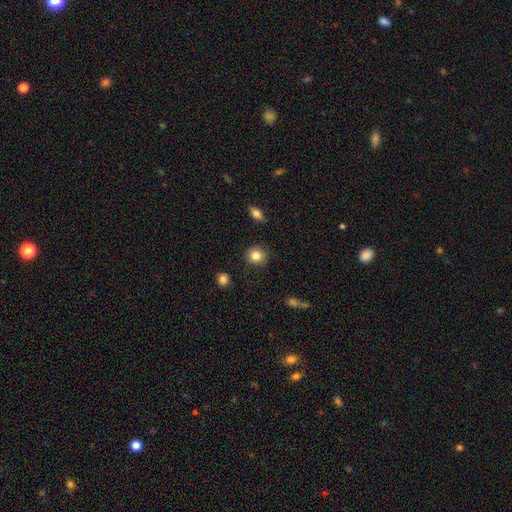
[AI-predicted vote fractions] Smooth or featured? smooth (84%)
How rounded? round (85%)
Merging? none (87%)